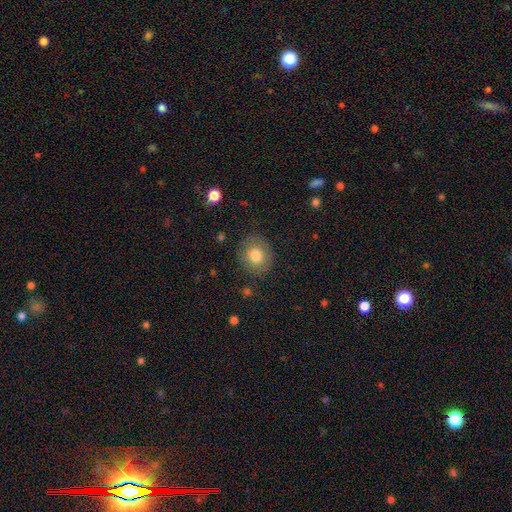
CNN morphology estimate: Smooth or featured: smooth — 78% (featured or disk — 13%)
How rounded: round — 77% (in between — 23%)
Merging: none — 82% (minor disturbance — 12%)